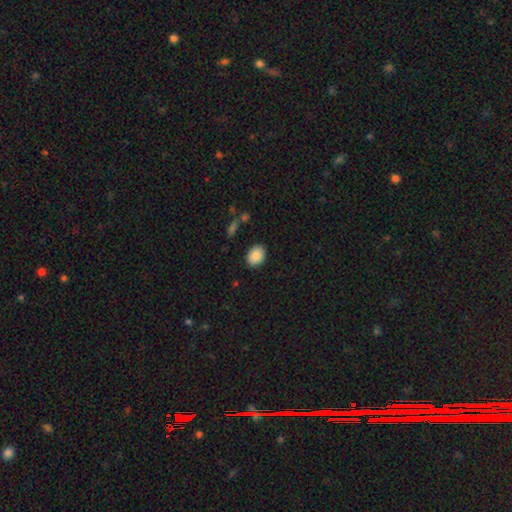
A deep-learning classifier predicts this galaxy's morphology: Q: Smooth or featured?
A: smooth (88%); runner-up: star or artifact (7%)
Q: How rounded?
A: in between (69%); runner-up: round (30%)
Q: Merging?
A: none (88%); runner-up: minor disturbance (9%)